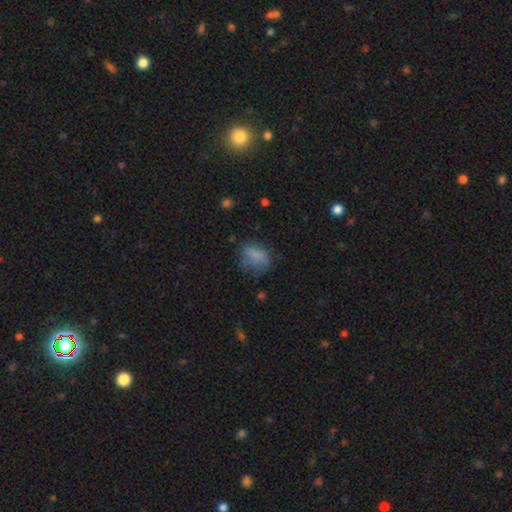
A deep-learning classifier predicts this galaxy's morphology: This appears to be a smooth galaxy with no disk features (76%) that is in between round and cigar-shaped (55%). Merging: none (54%).